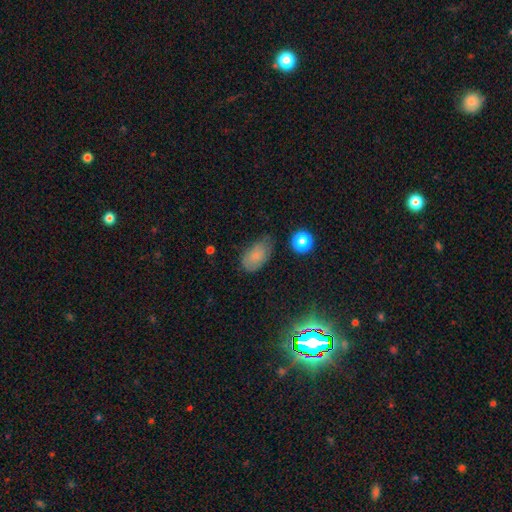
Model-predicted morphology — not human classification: smooth-or-featured: smooth: 75% | star or artifact: 13% | featured or disk: 12%
  how-rounded: in between: 91% | round: 7% | cigar-shaped: 2%
  merging: none: 61% | minor disturbance: 29% | major disturbance: 8% | merger: 2%